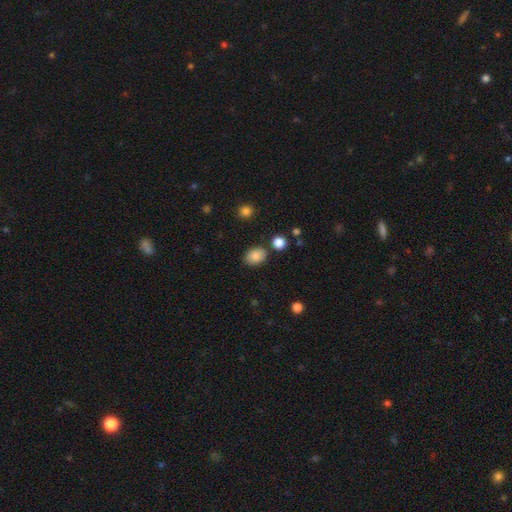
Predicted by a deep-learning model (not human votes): This appears to be a smooth galaxy with no disk features (85%) that is in between round and cigar-shaped (71%). Merging: none (80%).